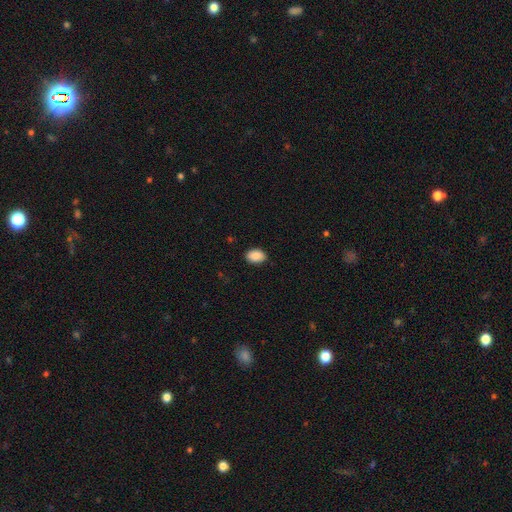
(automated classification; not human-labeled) Overall: smooth (89%). How rounded: in between (85%). Merging: none (87%).